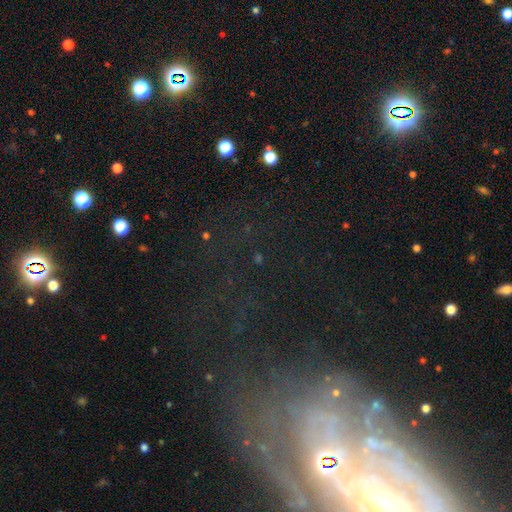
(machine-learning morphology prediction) smooth-or-featured: featured or disk: 45% | star or artifact: 36% | smooth: 19%
  merging: none: 49% | major disturbance: 25% | minor disturbance: 16% | merger: 10%